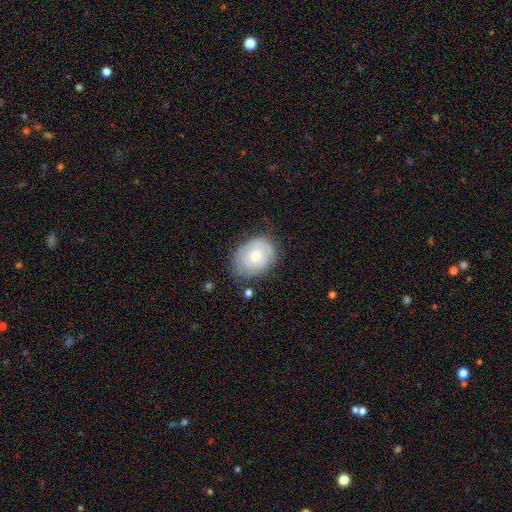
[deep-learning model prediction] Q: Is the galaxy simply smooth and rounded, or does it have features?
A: featured or disk — 58%.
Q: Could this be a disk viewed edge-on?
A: no — 97%.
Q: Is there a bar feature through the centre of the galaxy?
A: no — 71%.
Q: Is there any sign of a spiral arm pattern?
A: yes — 78%.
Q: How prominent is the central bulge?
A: moderate — 58%.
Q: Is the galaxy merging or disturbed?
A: none — 70%.